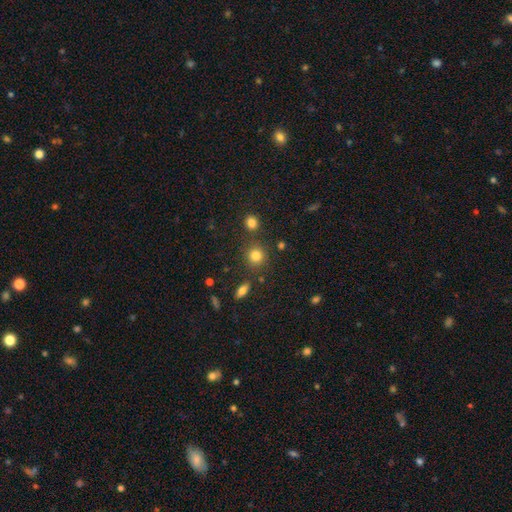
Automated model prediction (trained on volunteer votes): A smooth galaxy with no disk features (81%) that is round (87%).

Vote fractions:
- Smooth or featured? smooth: 81% / star or artifact: 12% / featured or disk: 6%
- How rounded? round: 87% / in between: 12% / cigar-shaped: 1%
- Merging? none: 80% / minor disturbance: 9% / merger: 8% / major disturbance: 3%